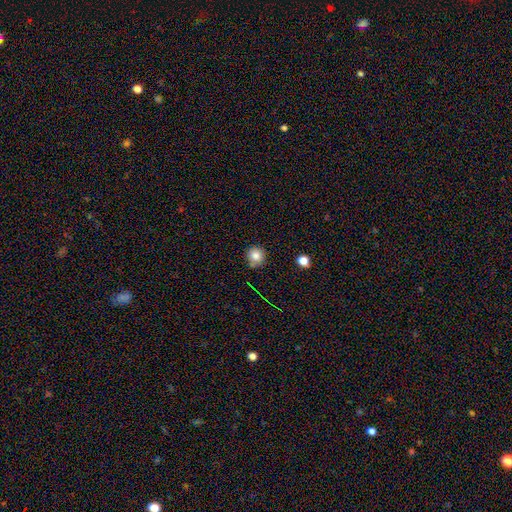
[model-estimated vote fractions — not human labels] The model was most divided on "merging": none: 79%, minor disturbance: 13%, merger: 5%, major disturbance: 3%. More confident: how rounded — round (91%); smooth or featured — smooth (81%).